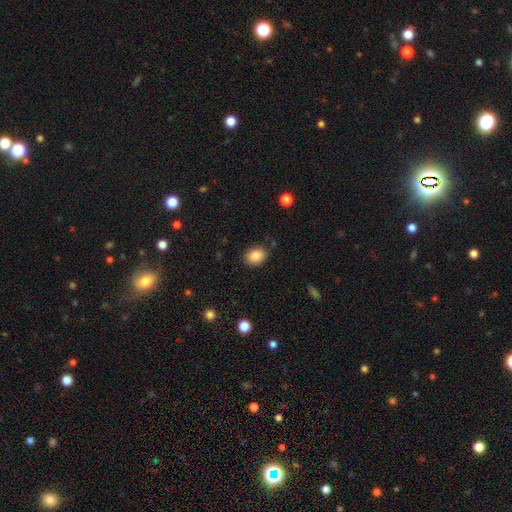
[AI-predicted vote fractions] Smooth or featured: smooth — 87% (star or artifact — 9%)
How rounded: in between — 64% (round — 35%)
Merging: none — 85% (minor disturbance — 11%)